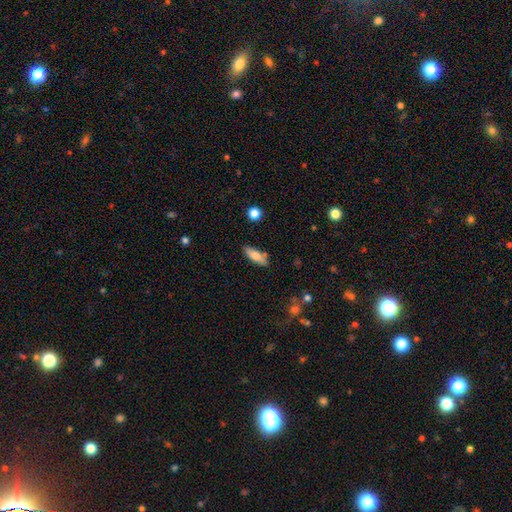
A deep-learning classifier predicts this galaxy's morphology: A smooth galaxy with no disk features (73%) that is in between round and cigar-shaped (58%).

Vote fractions:
- Smooth or featured? smooth: 73% / featured or disk: 21% / star or artifact: 7%
- How rounded? in between: 58% / cigar-shaped: 39% / round: 3%
- Merging? none: 78% / minor disturbance: 14% / merger: 5% / major disturbance: 3%